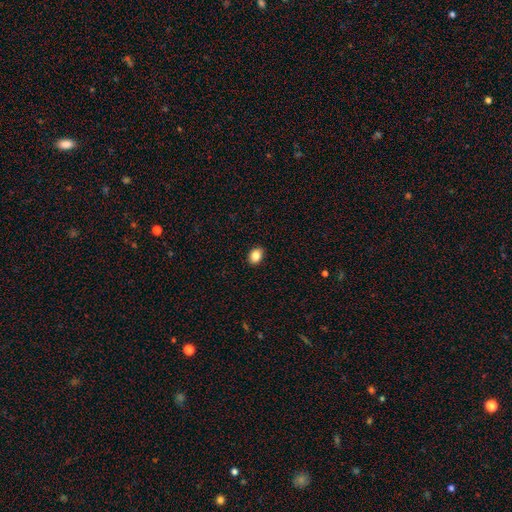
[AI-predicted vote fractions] smooth-or-featured: smooth: 86% | star or artifact: 9% | featured or disk: 5%
  how-rounded: in between: 64% | round: 35% | cigar-shaped: 1%
  merging: none: 91% | minor disturbance: 7% | major disturbance: 2% | merger: 1%